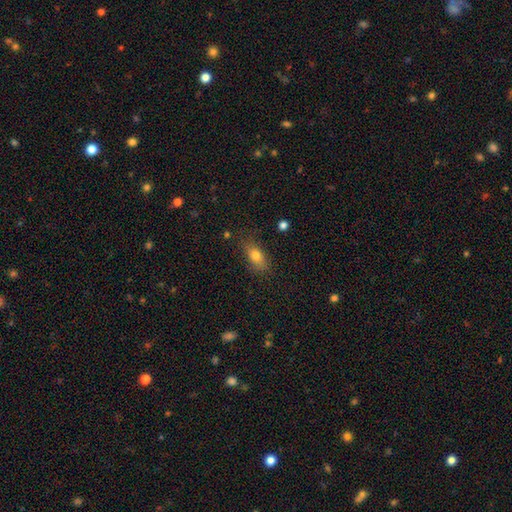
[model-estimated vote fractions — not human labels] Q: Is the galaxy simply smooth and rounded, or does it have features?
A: smooth — 79%.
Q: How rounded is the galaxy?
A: in between — 83%.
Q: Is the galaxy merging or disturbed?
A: none — 76%.